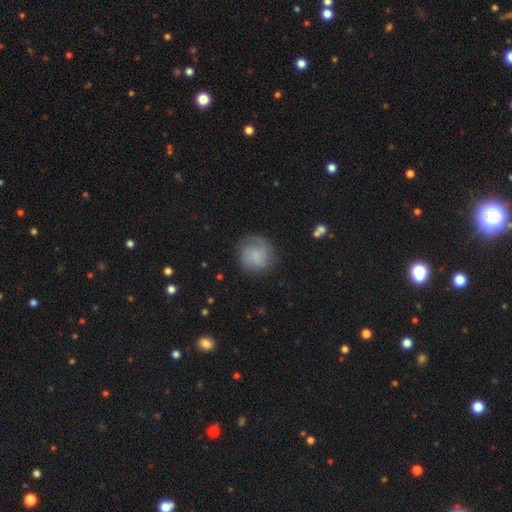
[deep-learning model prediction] smooth_or_featured: smooth (p=0.59) [alt: featured or disk p=0.33]
how_rounded: round (p=0.88) [alt: in between p=0.11]
merging: none (p=0.66) [alt: minor disturbance p=0.20]